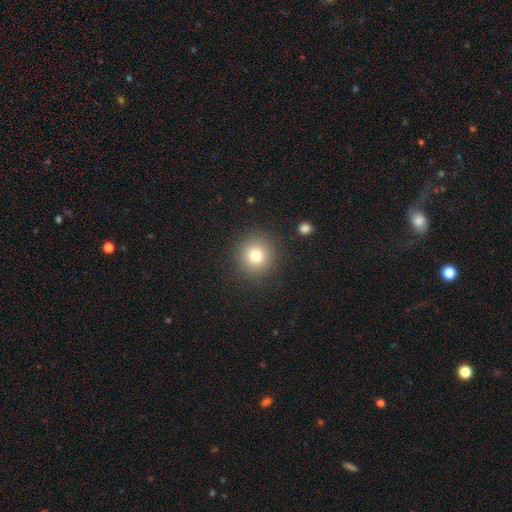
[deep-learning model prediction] Smooth or featured? Predicted: smooth (p=0.78). How rounded? Predicted: round (p=0.93). Merging? Predicted: none (p=0.89).